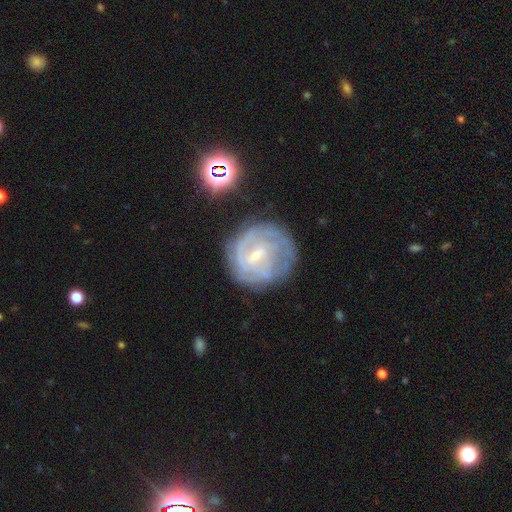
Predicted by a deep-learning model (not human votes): A featured or disk galaxy (75%) with a weak bar (57%), tight (65%) spiral arms (83%) and a small central bulge (71%). Merging: none (68%).